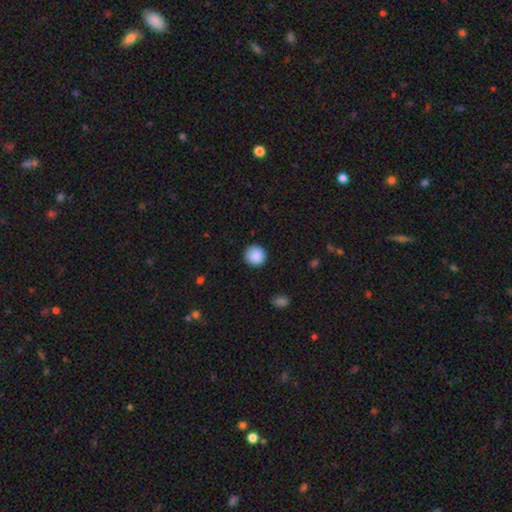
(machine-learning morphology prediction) The model was most divided on "smooth or featured": smooth: 89%, star or artifact: 8%, featured or disk: 3%. More confident: how rounded — round (94%); merging — none (89%).